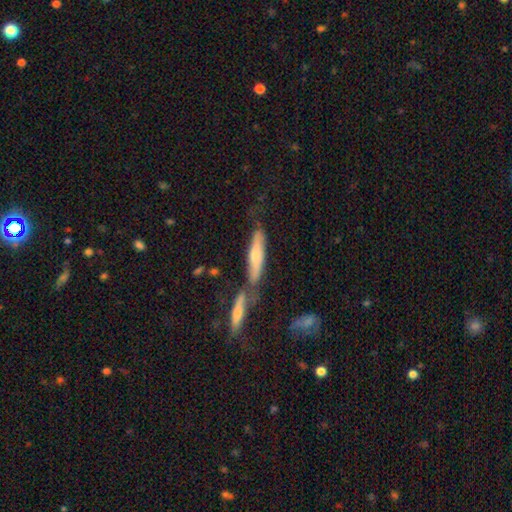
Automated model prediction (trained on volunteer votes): A smooth galaxy with no disk features (51%) that is cigar-shaped (80%).

Vote fractions:
- Smooth or featured? smooth: 51% / featured or disk: 42% / star or artifact: 7%
- How rounded? cigar-shaped: 80% / in between: 19% / round: 2%
- Merging? none: 52% / merger: 28% / minor disturbance: 15% / major disturbance: 6%